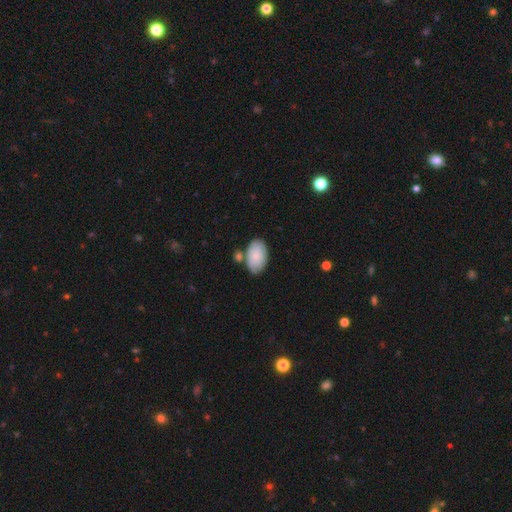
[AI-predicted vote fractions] smooth_or_featured: smooth (p=0.83) [alt: featured or disk p=0.11]
how_rounded: in between (p=0.94) [alt: round p=0.05]
merging: none (p=0.67) [alt: minor disturbance p=0.17]